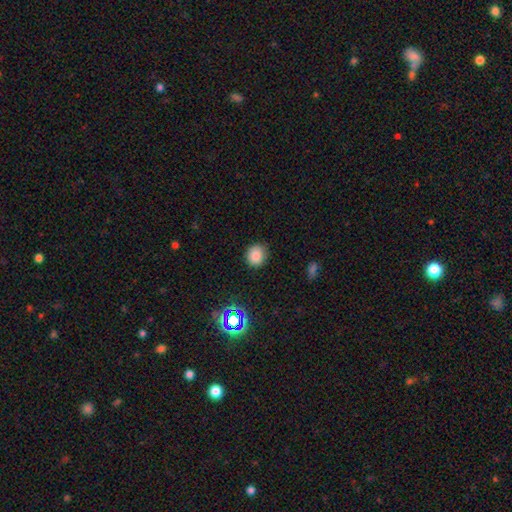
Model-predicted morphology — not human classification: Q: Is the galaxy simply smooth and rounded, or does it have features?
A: smooth — 82%.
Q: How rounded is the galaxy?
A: round — 85%.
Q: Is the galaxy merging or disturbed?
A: none — 85%.